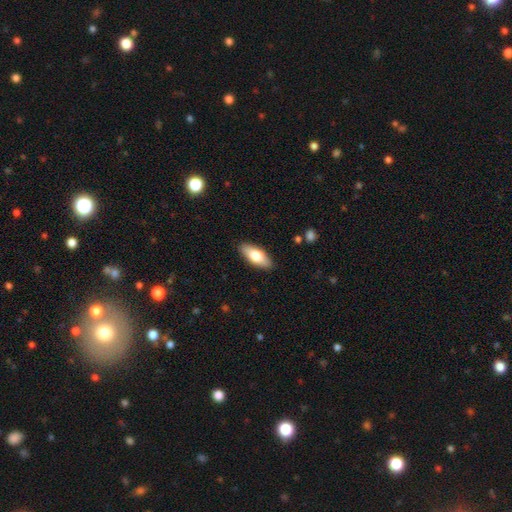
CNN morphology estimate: Q: Smooth or featured?
A: smooth (73%); runner-up: featured or disk (22%)
Q: How rounded?
A: in between (80%); runner-up: cigar-shaped (18%)
Q: Merging?
A: none (88%); runner-up: minor disturbance (9%)